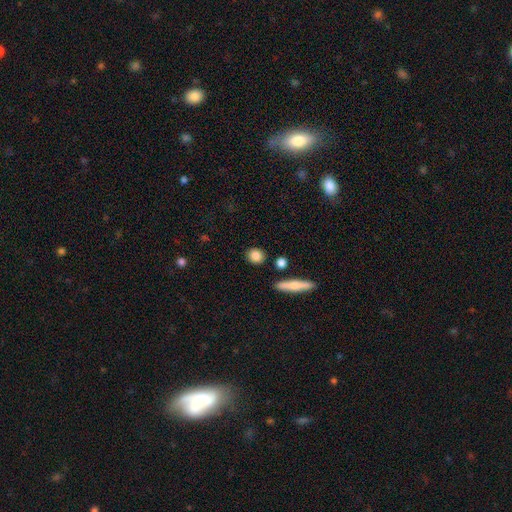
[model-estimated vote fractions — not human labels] Smooth or featured?
  - smooth: 85% *
  - star or artifact: 8%
  - featured or disk: 7%
How rounded?
  - round: 73% *
  - in between: 23%
  - cigar-shaped: 4%
Merging?
  - none: 86% *
  - minor disturbance: 8%
  - merger: 4%
  - major disturbance: 2%